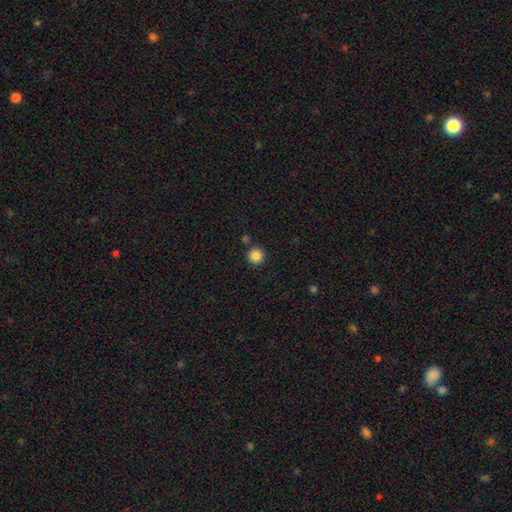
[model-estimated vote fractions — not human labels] Smooth or featured: smooth — 86% (star or artifact — 10%)
How rounded: round — 96% (in between — 3%)
Merging: none — 86% (minor disturbance — 6%)